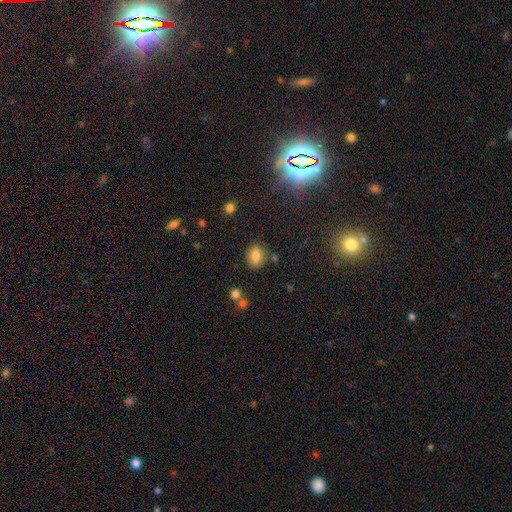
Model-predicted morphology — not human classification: smooth_or_featured: smooth (p=0.81) [alt: star or artifact p=0.11]
how_rounded: in between (p=0.58) [alt: round p=0.41]
merging: none (p=0.79) [alt: minor disturbance p=0.12]